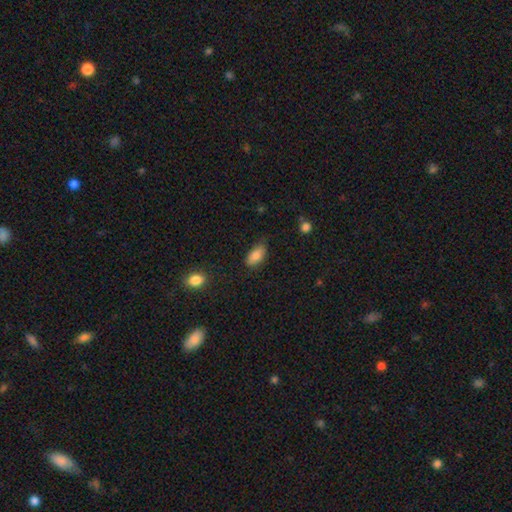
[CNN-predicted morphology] Smooth or featured? Predicted: smooth (p=0.84). How rounded? Predicted: in between (p=0.91). Merging? Predicted: none (p=0.66).